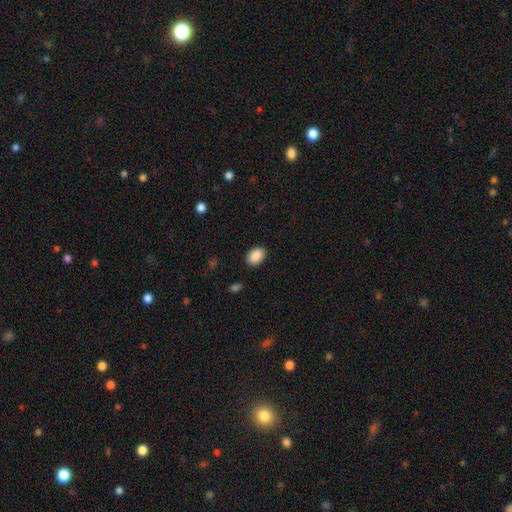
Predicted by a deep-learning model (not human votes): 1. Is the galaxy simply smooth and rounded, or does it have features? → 90% smooth, 7% star or artifact, 3% featured or disk.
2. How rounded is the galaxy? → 83% in between, 16% round, 1% cigar-shaped.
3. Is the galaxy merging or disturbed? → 87% none, 9% minor disturbance, 2% major disturbance, 1% merger.